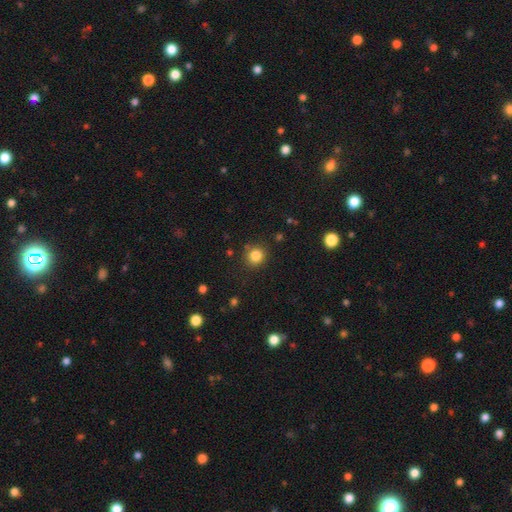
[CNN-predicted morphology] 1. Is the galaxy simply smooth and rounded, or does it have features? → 83% smooth, 12% star or artifact, 5% featured or disk.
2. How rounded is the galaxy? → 90% round, 9% in between, 1% cigar-shaped.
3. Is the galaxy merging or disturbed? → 86% none, 9% minor disturbance, 3% major disturbance, 3% merger.